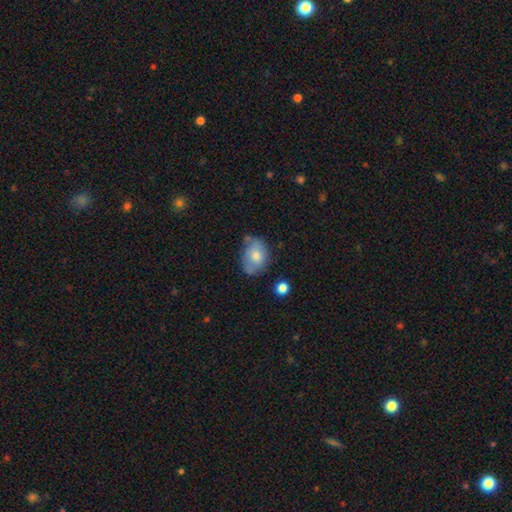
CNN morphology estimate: This appears to be a smooth galaxy with no disk features (70%) that is in between round and cigar-shaped (72%). Merging: none (53%).